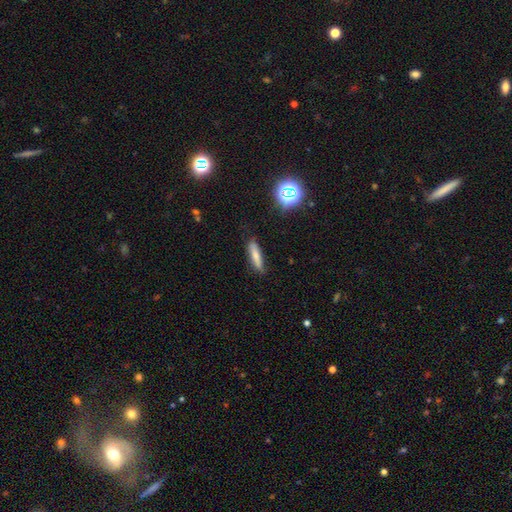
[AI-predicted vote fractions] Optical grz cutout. It shows a smooth galaxy with no disk features (72%) that is cigar-shaped (79%). Merging: none (79%).